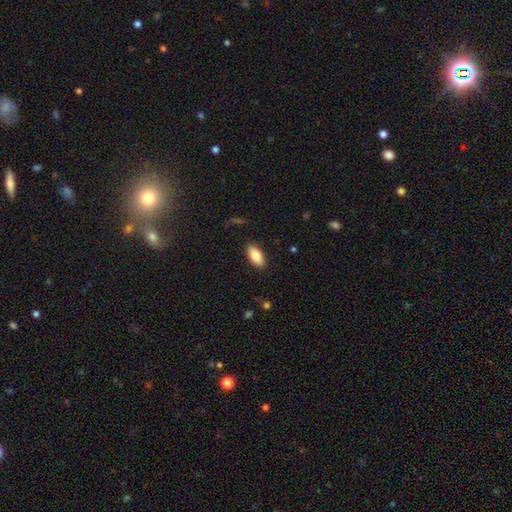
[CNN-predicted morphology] smooth-or-featured: smooth: 83% | featured or disk: 11% | star or artifact: 7%
  how-rounded: in between: 92% | cigar-shaped: 6% | round: 3%
  merging: none: 88% | minor disturbance: 9% | major disturbance: 2% | merger: 1%